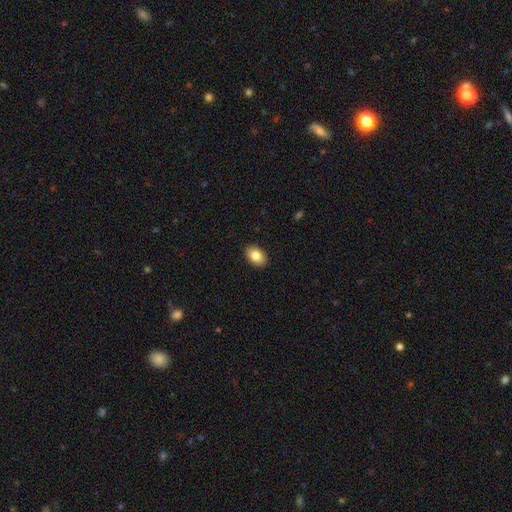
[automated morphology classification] A smooth galaxy with no disk features (83%) that is in between round and cigar-shaped (86%).

Vote fractions:
- Smooth or featured? smooth: 83% / featured or disk: 10% / star or artifact: 7%
- How rounded? in between: 86% / round: 13% / cigar-shaped: 1%
- Merging? none: 90% / minor disturbance: 7% / major disturbance: 2% / merger: 1%